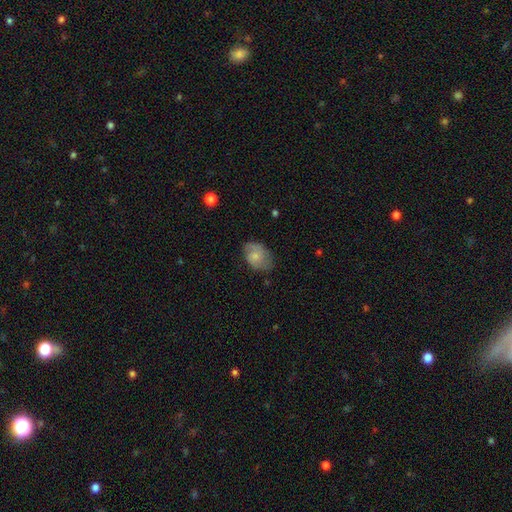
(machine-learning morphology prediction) The model was most divided on "smooth or featured": smooth: 63%, featured or disk: 30%, star or artifact: 7%. More confident: how rounded — in between (76%); merging — none (63%).